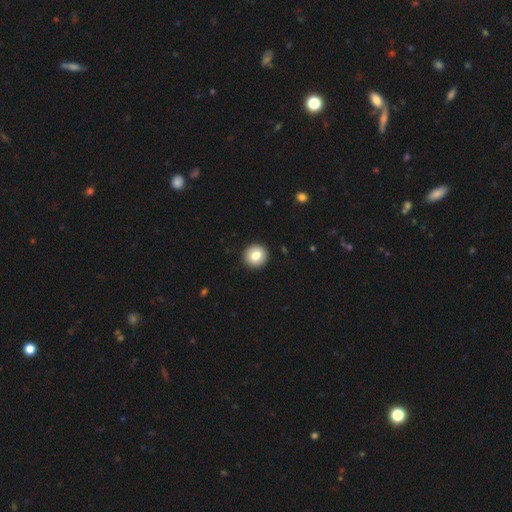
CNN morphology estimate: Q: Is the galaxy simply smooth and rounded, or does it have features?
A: smooth — 80%.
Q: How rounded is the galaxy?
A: round — 91%.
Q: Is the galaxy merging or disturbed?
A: none — 93%.